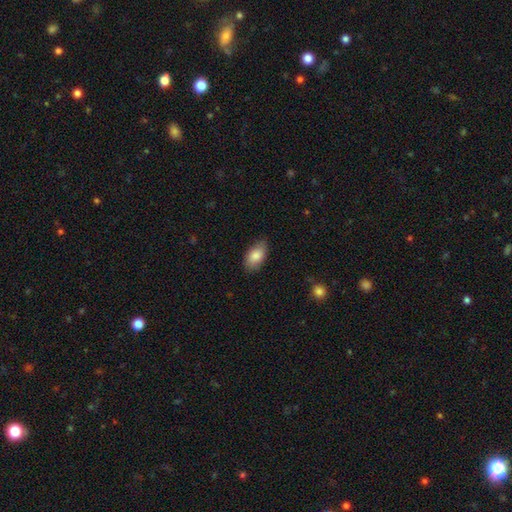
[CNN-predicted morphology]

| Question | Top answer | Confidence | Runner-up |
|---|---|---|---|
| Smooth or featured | smooth | 86% | featured or disk (8%) |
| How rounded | in between | 93% | round (5%) |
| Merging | none | 82% | minor disturbance (14%) |